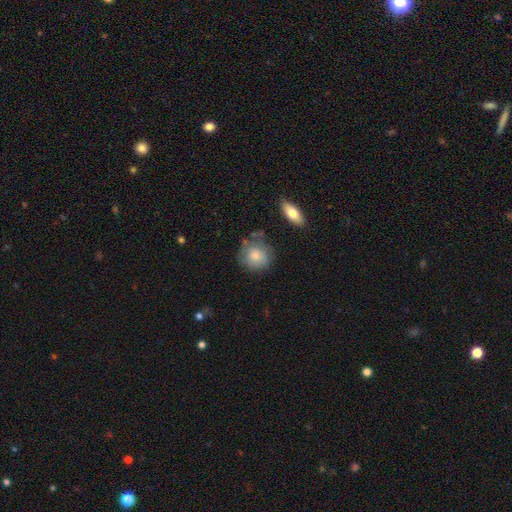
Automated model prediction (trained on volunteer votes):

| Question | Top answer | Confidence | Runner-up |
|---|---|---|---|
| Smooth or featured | smooth | 77% | featured or disk (16%) |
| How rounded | round | 85% | in between (14%) |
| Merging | none | 64% | minor disturbance (23%) |